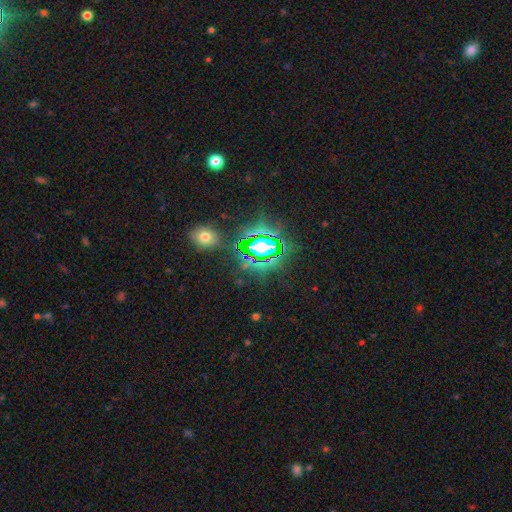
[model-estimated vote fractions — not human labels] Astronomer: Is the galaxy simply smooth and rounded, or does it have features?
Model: star or artifact — 75%.